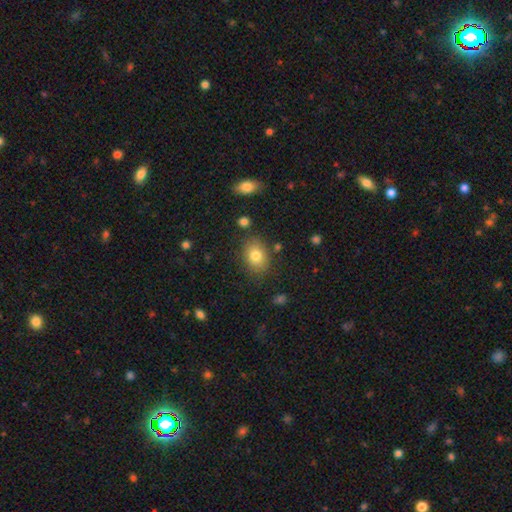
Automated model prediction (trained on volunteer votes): This is likely a smooth galaxy (80%). How rounded: likely in between (71%). Merging: clearly none (81%).